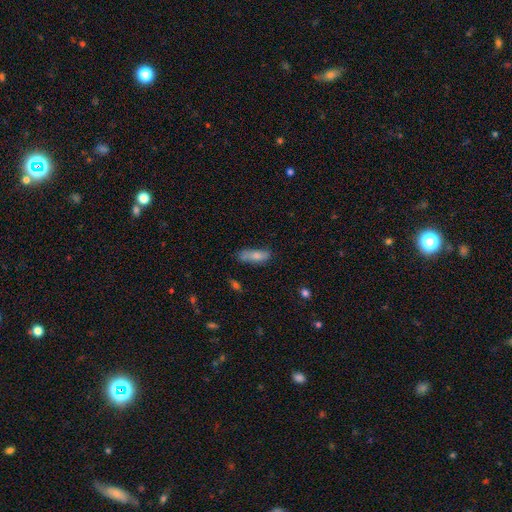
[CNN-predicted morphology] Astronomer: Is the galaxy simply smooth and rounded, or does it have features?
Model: smooth — 79%.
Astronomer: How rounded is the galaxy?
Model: in between — 62%.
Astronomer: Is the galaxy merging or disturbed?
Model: none — 58%.